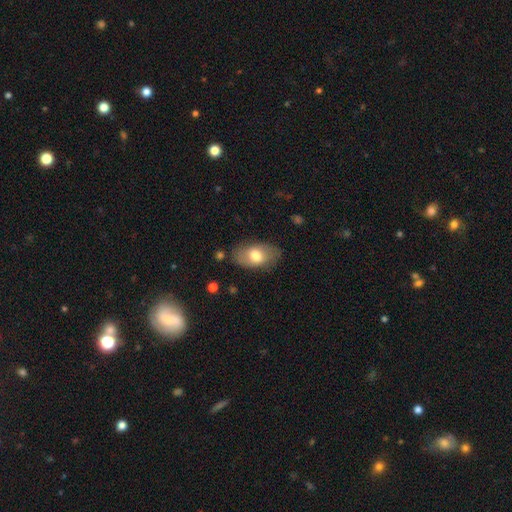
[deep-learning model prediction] Morphology: type=smooth (72%); roundness=in between (91%); merging=none (79%).